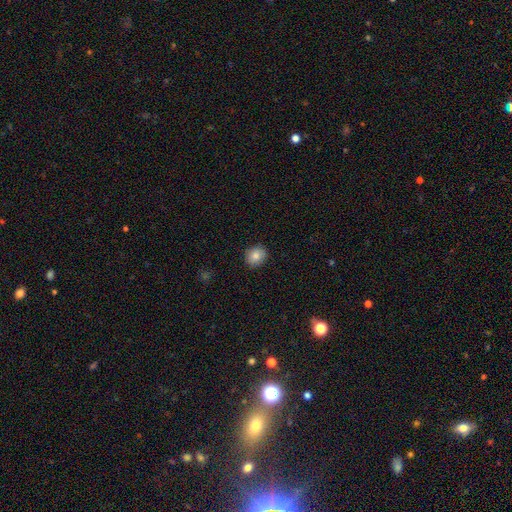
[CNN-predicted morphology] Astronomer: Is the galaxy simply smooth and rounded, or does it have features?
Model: smooth — 83%.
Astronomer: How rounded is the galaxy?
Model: round — 76%.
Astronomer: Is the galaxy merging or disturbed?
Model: none — 89%.